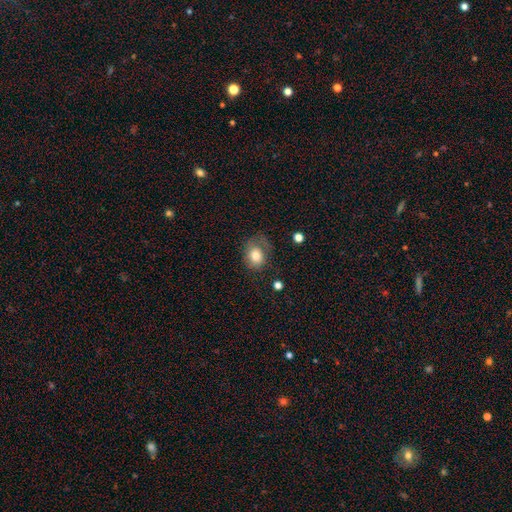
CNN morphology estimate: This appears to be a smooth galaxy with no disk features (76%) that is round (55%). Merging: none (52%).